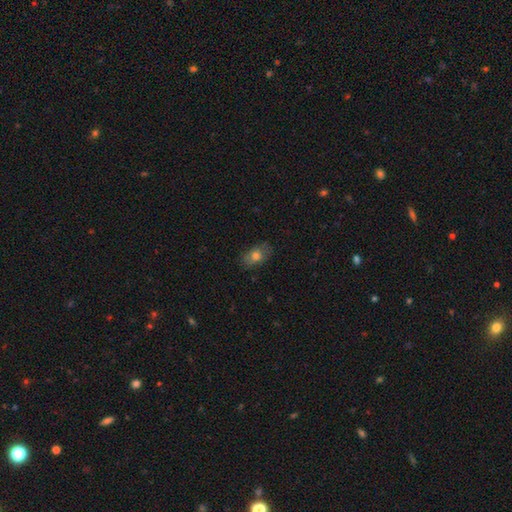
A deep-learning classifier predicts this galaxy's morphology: Smooth or featured? Predicted: smooth (p=0.75). How rounded? Predicted: in between (p=0.85). Merging? Predicted: none (p=0.80).